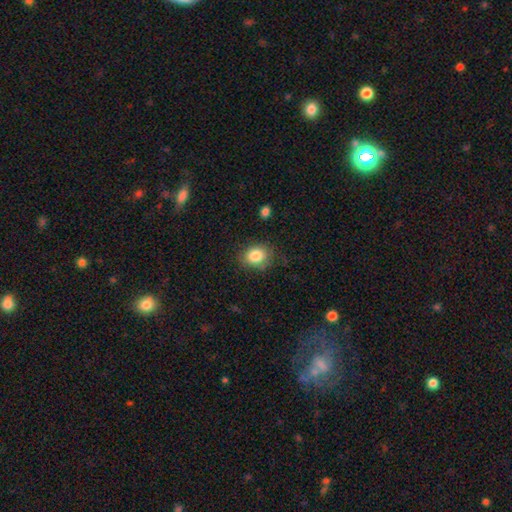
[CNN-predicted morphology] Q: Smooth or featured?
A: smooth (84%); runner-up: star or artifact (9%)
Q: How rounded?
A: round (59%); runner-up: in between (41%)
Q: Merging?
A: none (78%); runner-up: minor disturbance (16%)